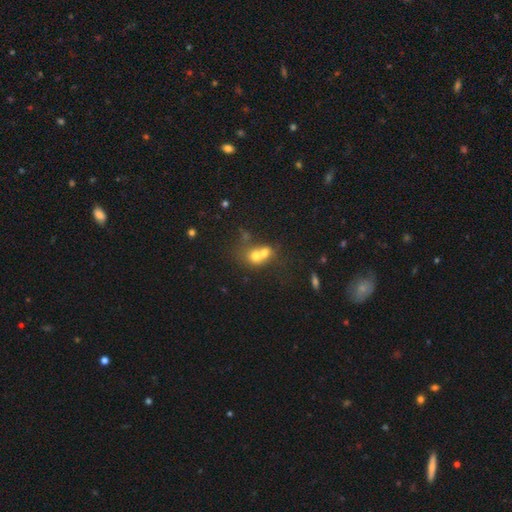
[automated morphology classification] Smooth or featured? Predicted: smooth (p=0.65). How rounded? Predicted: round (p=0.67). Merging? Predicted: merger (p=0.70).